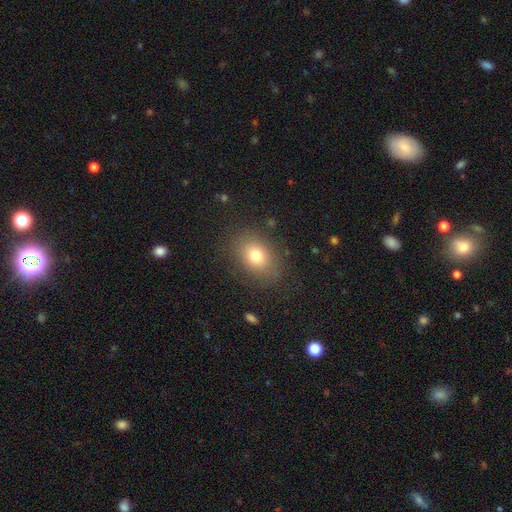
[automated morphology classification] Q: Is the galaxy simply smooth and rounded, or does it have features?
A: smooth — 76%.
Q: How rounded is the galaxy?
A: in between — 65%.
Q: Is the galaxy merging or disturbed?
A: none — 82%.